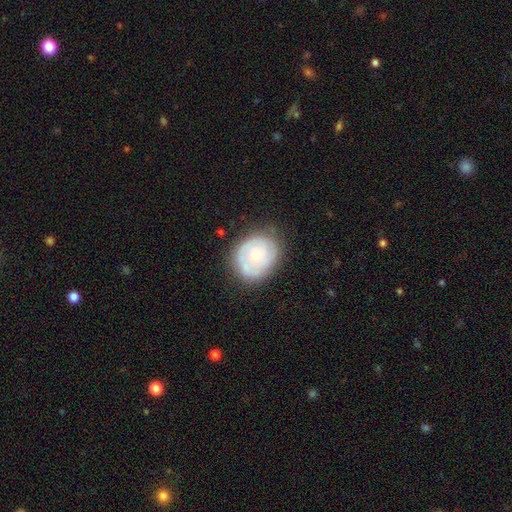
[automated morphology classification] smooth_or_featured: featured or disk (p=0.51) [alt: smooth p=0.43]
disk_edge_on: no (p=0.97) [alt: yes p=0.03]
merging: none (p=0.67) [alt: minor disturbance p=0.24]